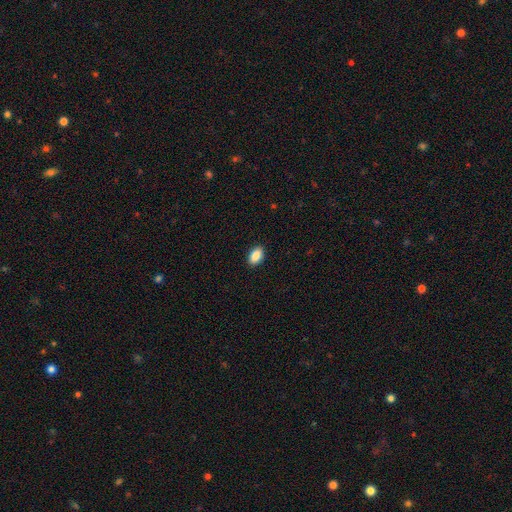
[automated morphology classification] type=smooth (88%); roundness=in between (91%); merging=none (90%).